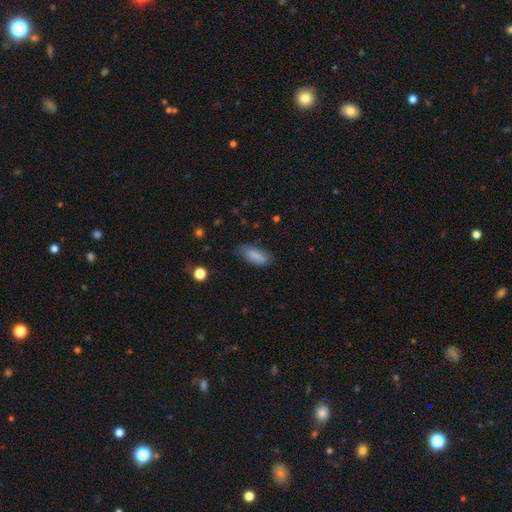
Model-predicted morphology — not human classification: type=smooth (85%); roundness=in between (76%); merging=none (70%).